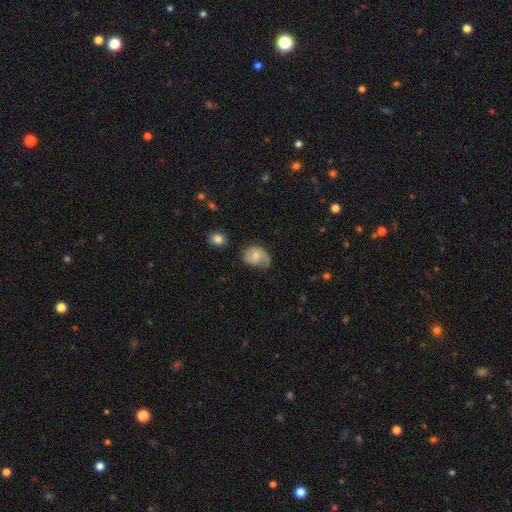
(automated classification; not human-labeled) A featured or disk galaxy (51%).

Vote fractions:
- Smooth or featured? featured or disk: 51% / smooth: 41% / star or artifact: 8%
- Edge-on disk? no: 97% / yes: 3%
- Merging? none: 42% / minor disturbance: 34% / major disturbance: 22% / merger: 3%